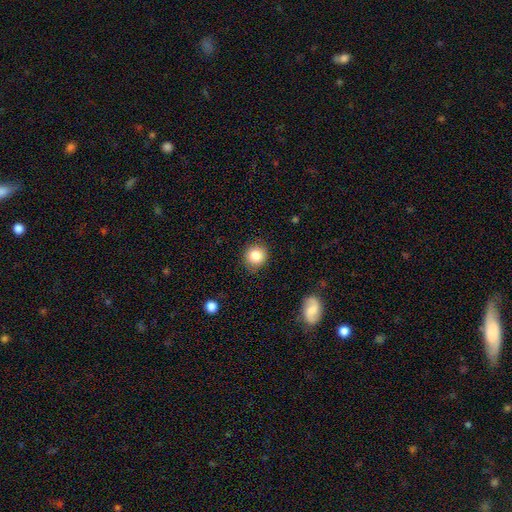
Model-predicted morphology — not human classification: The model was most divided on "how rounded": round: 86%, in between: 13%, cigar-shaped: 1%. More confident: merging — none (85%); smooth or featured — smooth (84%).